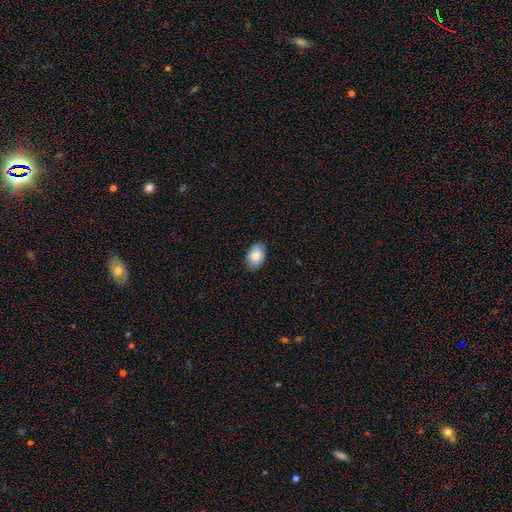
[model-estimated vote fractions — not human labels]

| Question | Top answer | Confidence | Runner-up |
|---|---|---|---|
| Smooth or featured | smooth | 83% | featured or disk (10%) |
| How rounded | in between | 85% | round (14%) |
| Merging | none | 85% | minor disturbance (11%) |